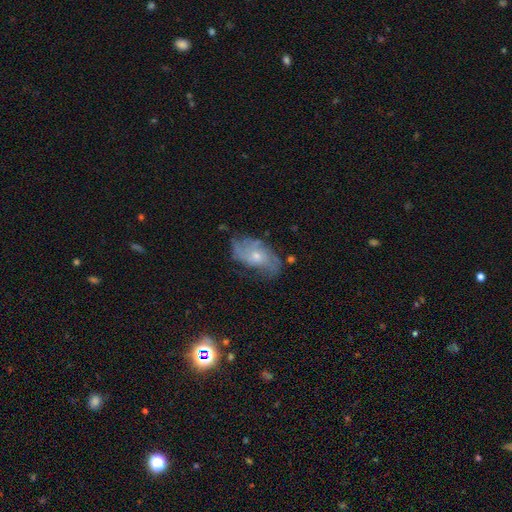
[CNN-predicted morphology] smooth-or-featured: featured or disk: 64% | smooth: 28% | star or artifact: 8%
  disk-edge-on: no: 94% | yes: 6%
    bar: no: 78% | weak: 20% | strong: 3%
    has-spiral-arms: yes: 79% | no: 21%
    bulge-size: small: 51% | moderate: 42% | none: 3% | large: 2% | dominant: 1%
  merging: none: 58% | minor disturbance: 27% | major disturbance: 13% | merger: 2%